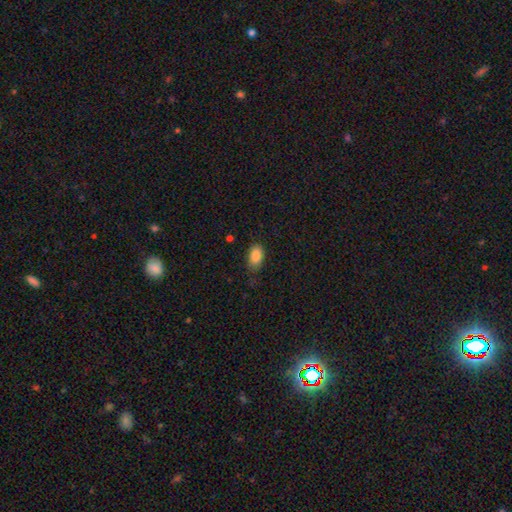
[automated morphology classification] smooth_or_featured: smooth (p=0.87) [alt: star or artifact p=0.08]
how_rounded: in between (p=0.91) [alt: round p=0.07]
merging: none (p=0.77) [alt: minor disturbance p=0.18]